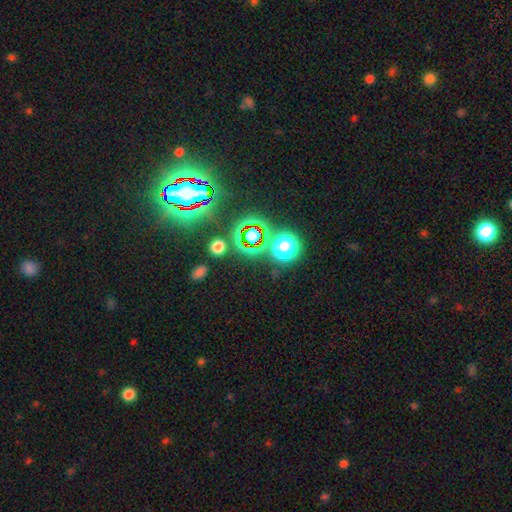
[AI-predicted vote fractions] Overall: star or artifact (80%).